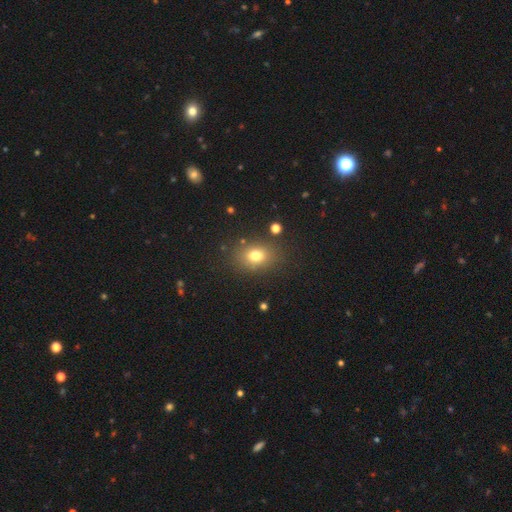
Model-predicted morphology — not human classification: type=smooth (75%); roundness=in between (59%); merging=none (82%).